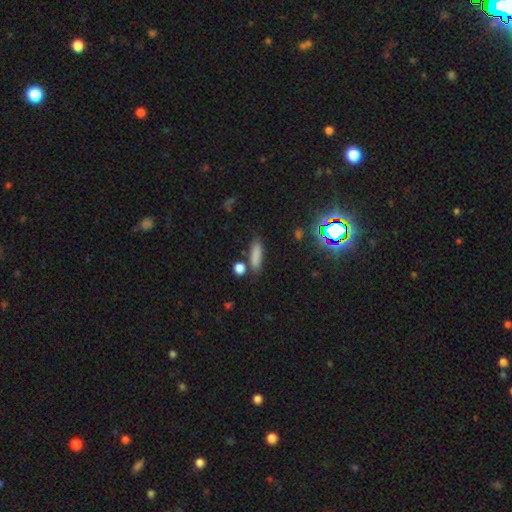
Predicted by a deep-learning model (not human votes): smooth_or_featured: smooth (p=0.81) [alt: star or artifact p=0.12]
how_rounded: cigar-shaped (p=0.52) [alt: in between p=0.43]
merging: none (p=0.74) [alt: minor disturbance p=0.13]